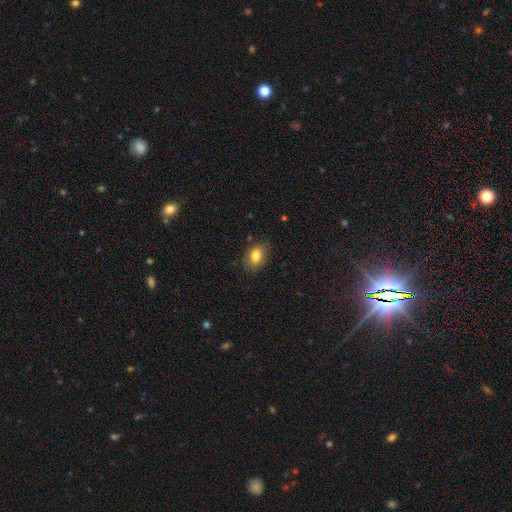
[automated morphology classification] Smooth or featured? Predicted: smooth (p=0.82). How rounded? Predicted: in between (p=0.85). Merging? Predicted: none (p=0.81).